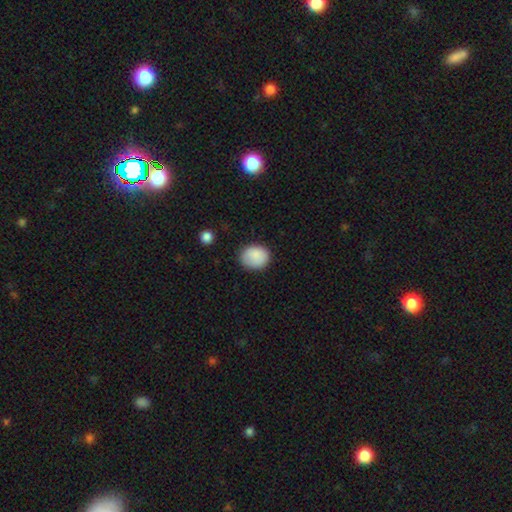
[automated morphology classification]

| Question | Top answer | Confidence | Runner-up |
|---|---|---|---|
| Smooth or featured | smooth | 87% | star or artifact (8%) |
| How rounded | round | 60% | in between (39%) |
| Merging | none | 81% | minor disturbance (15%) |